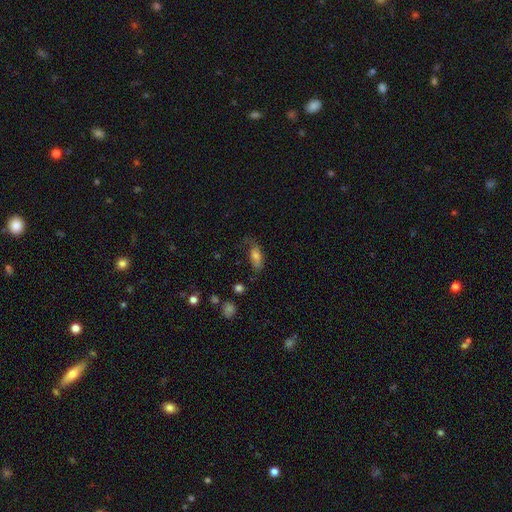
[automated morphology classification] The model was most divided on "merging": none: 46%, minor disturbance: 31%, major disturbance: 20%, merger: 4%. More confident: how rounded — in between (83%); smooth or featured — smooth (70%).